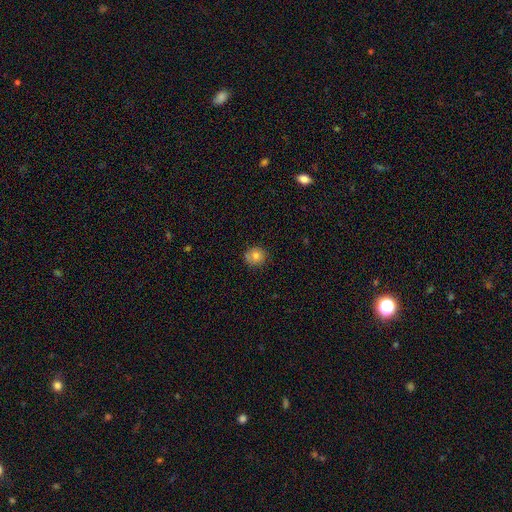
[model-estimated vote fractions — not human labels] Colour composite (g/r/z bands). It shows a smooth galaxy with no disk features (77%) that is round (89%). Merging: none (79%).